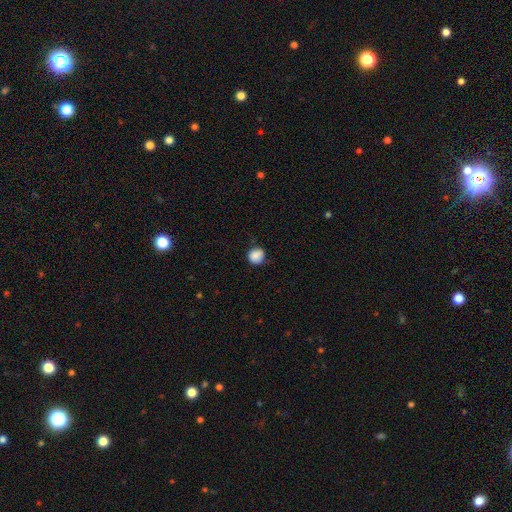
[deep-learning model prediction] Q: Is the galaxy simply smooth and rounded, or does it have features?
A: smooth — 86%.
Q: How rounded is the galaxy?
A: round — 88%.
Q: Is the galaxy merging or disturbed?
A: none — 75%.